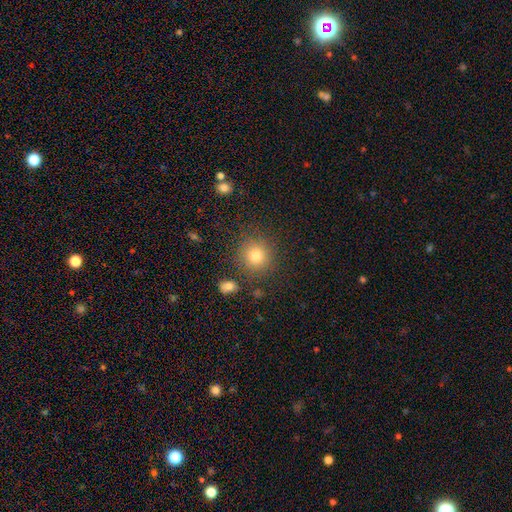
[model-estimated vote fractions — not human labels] Q: Smooth or featured?
A: smooth (80%); runner-up: star or artifact (13%)
Q: How rounded?
A: round (91%); runner-up: in between (8%)
Q: Merging?
A: none (86%); runner-up: minor disturbance (8%)